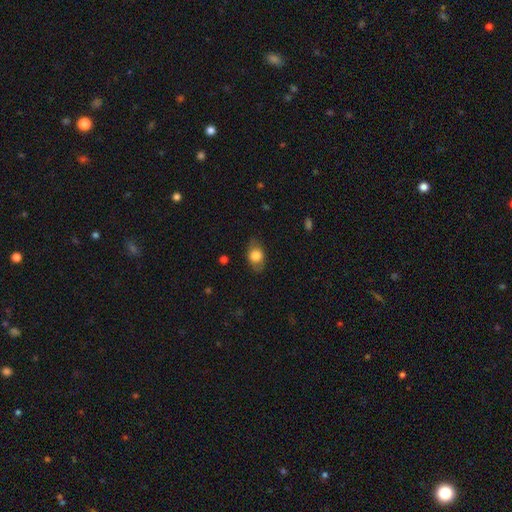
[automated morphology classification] smooth 76%, featured or disk 17%, star or artifact 7%. Down the decision tree: how rounded — in between (80%); merging — none (80%).